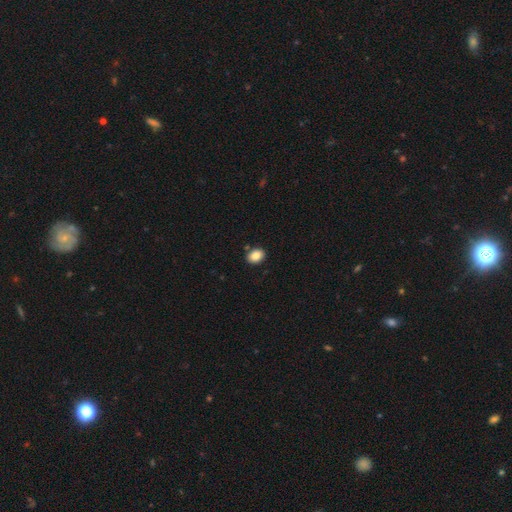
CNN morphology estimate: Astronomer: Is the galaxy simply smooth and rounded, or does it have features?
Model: smooth — 87%.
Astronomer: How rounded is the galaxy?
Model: in between — 67%.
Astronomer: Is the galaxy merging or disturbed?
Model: none — 86%.